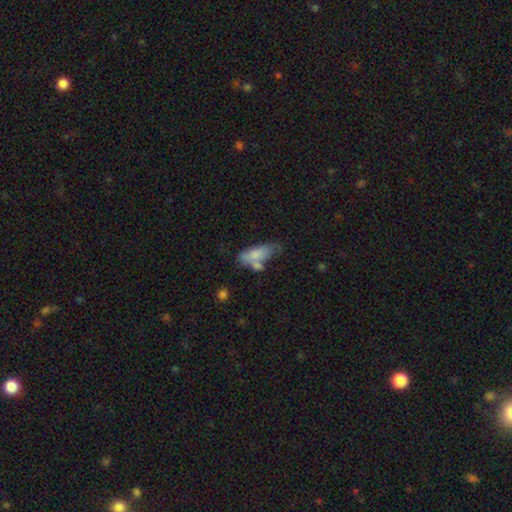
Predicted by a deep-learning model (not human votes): Smooth or featured? smooth (74%)
How rounded? in between (73%)
Merging? none (35%)